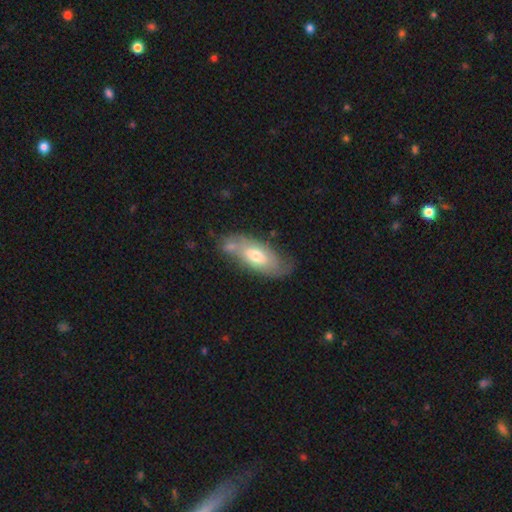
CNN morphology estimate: smooth-or-featured: smooth: 50% | featured or disk: 43% | star or artifact: 6%
  how-rounded: in between: 82% | cigar-shaped: 15% | round: 3%
  merging: none: 54% | minor disturbance: 25% | merger: 13% | major disturbance: 8%